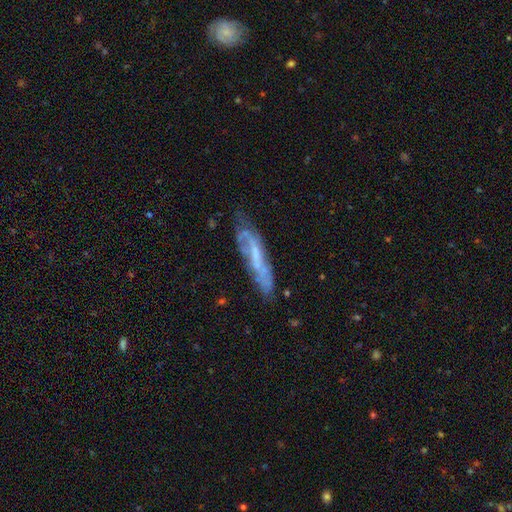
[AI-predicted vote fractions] Smooth or featured?
  - featured or disk: 64% *
  - smooth: 27%
  - star or artifact: 8%
Edge-on disk?
  - no: 54% *
  - yes: 46%
Merging?
  - none: 62% *
  - minor disturbance: 24%
  - major disturbance: 11%
  - merger: 4%